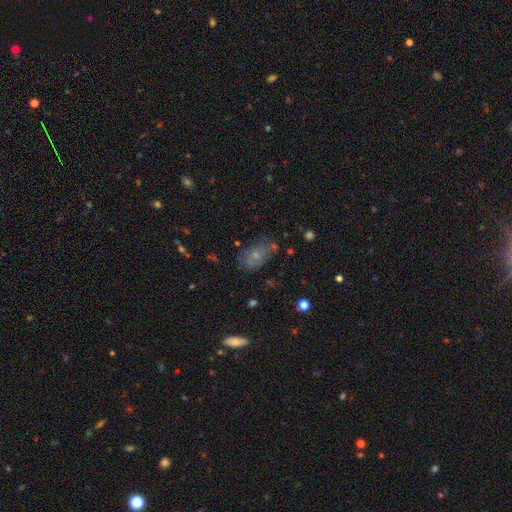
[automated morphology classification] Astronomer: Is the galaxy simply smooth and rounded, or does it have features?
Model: smooth — 56%.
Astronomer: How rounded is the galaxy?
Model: in between — 86%.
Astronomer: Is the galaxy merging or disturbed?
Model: none — 65%.